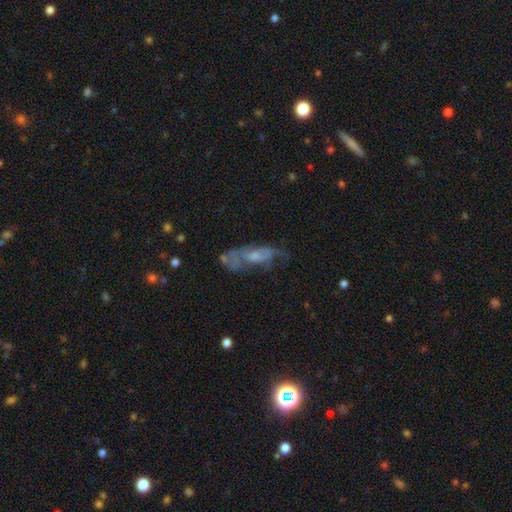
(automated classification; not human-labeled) Morphology: type=featured or disk (56%); edge-on=no (81%); merging=none (39%).